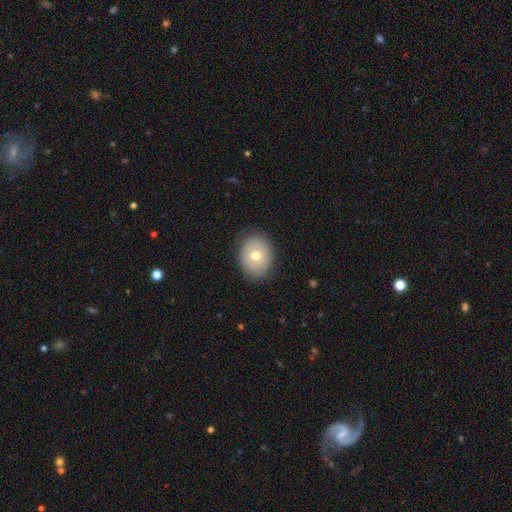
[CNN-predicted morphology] Q: Smooth or featured?
A: smooth (70%); runner-up: featured or disk (21%)
Q: How rounded?
A: round (50%); runner-up: in between (49%)
Q: Merging?
A: none (83%); runner-up: minor disturbance (12%)